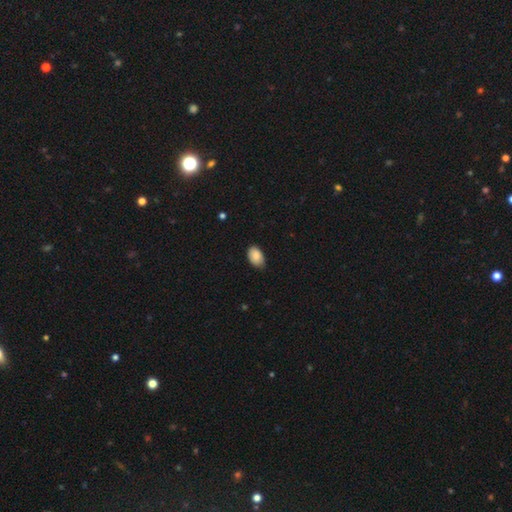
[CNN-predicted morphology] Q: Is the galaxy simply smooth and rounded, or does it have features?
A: smooth — 87%.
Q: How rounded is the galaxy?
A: in between — 90%.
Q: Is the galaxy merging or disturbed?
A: none — 74%.